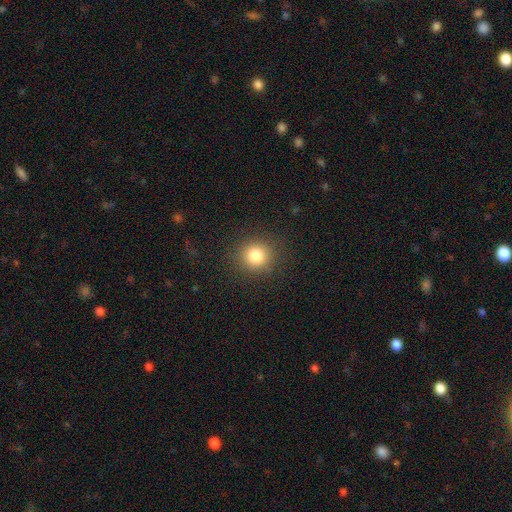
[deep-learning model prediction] This appears to be a smooth galaxy with no disk features (81%) that is round (91%). Merging: none (90%).